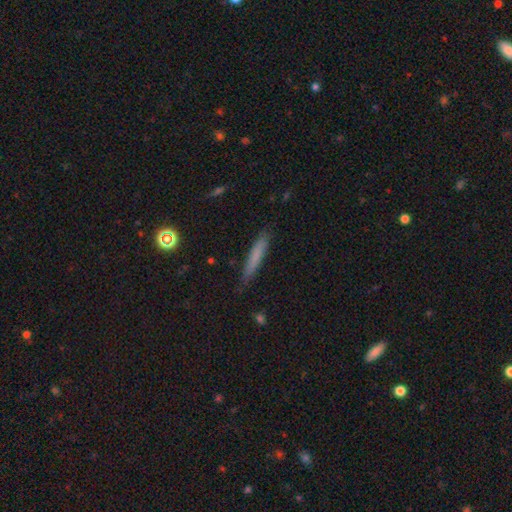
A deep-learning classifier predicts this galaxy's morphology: A smooth galaxy with no disk features (71%) that is cigar-shaped (94%). Merging: none (85%).